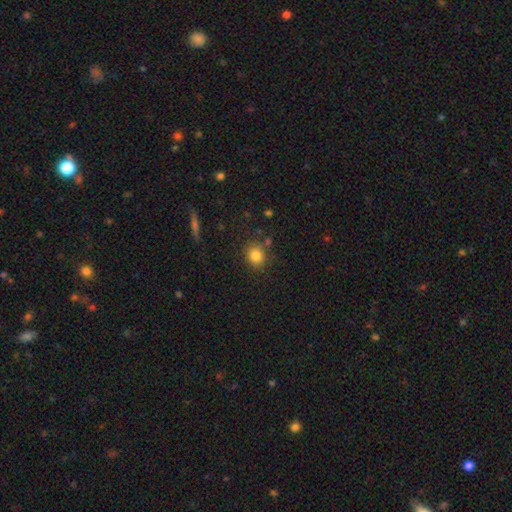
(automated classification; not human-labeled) Q: Smooth or featured?
A: smooth (82%); runner-up: star or artifact (11%)
Q: How rounded?
A: round (77%); runner-up: in between (22%)
Q: Merging?
A: none (79%); runner-up: minor disturbance (12%)